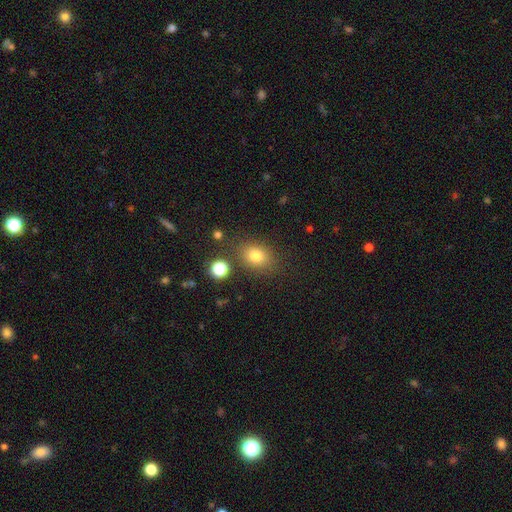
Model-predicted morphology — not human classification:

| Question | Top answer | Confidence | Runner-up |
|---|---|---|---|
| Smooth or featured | smooth | 78% | star or artifact (13%) |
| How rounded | in between | 57% | round (42%) |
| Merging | none | 80% | minor disturbance (11%) |